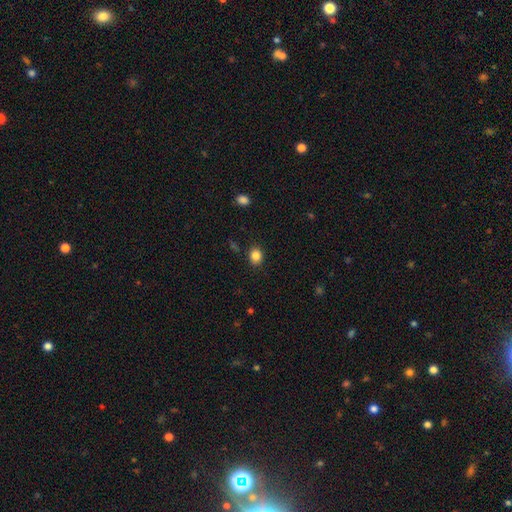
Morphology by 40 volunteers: Smooth or featured?
  - smooth: 100% *
  - featured or disk: 0%
  - star or artifact: 0%
How rounded?
  - round: 57% *
  - in between: 42%
  - cigar-shaped: 0%
Merging?
  - none: 82% *
  - minor disturbance: 12%
  - major disturbance: 2%
  - merger: 2%